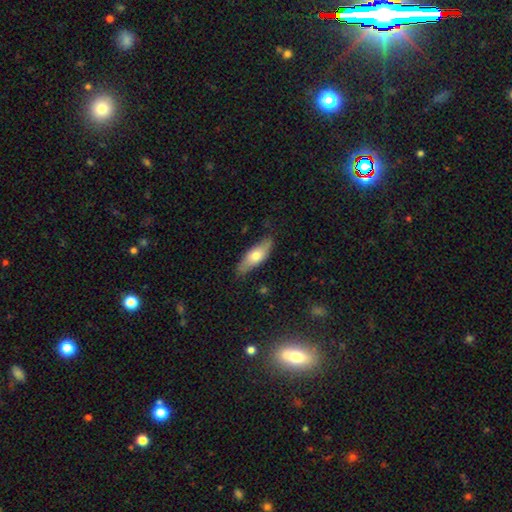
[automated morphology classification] smooth_or_featured: smooth (p=0.65) [alt: featured or disk p=0.29]
how_rounded: in between (p=0.62) [alt: cigar-shaped p=0.36]
merging: none (p=0.80) [alt: minor disturbance p=0.16]